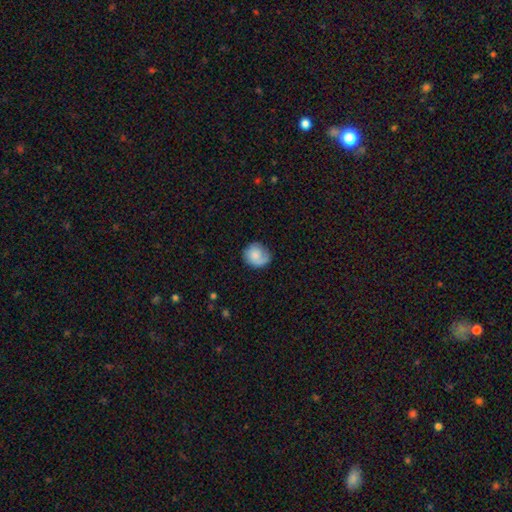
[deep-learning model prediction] smooth-or-featured: smooth: 71% | featured or disk: 22% | star or artifact: 7%
  how-rounded: round: 78% | in between: 21% | cigar-shaped: 1%
  merging: none: 60% | minor disturbance: 27% | major disturbance: 11% | merger: 2%